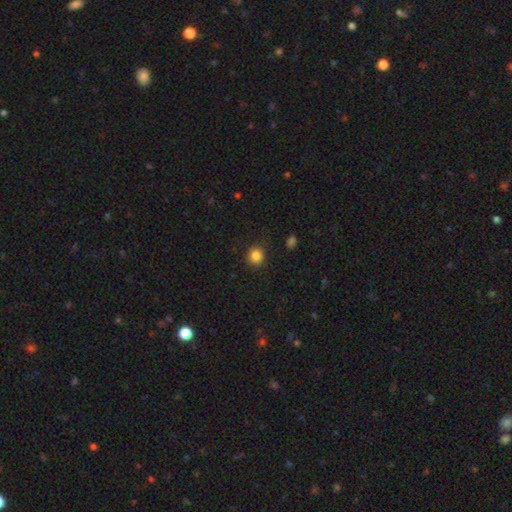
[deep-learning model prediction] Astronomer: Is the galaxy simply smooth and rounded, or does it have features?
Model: smooth — 84%.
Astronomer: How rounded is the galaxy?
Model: round — 89%.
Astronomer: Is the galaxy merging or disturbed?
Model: none — 89%.